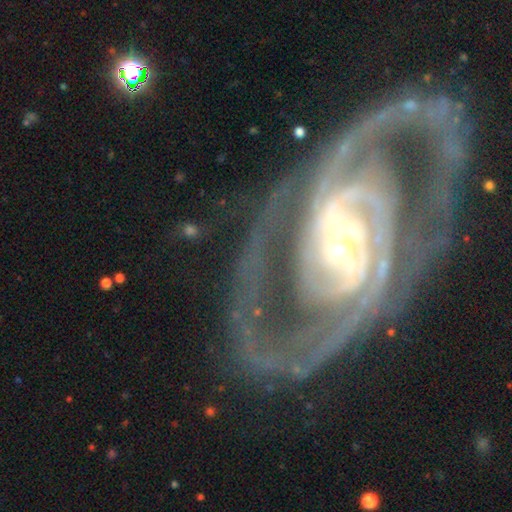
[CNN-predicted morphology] featured or disk 90%, star or artifact 5%, smooth 5%. Down the decision tree: edge-on disk — no (96%); bar — strong (45%); spiral arms — yes (96%); spiral arm count — 2 (58%); spiral winding — tight (48%); bulge size — moderate (46%); merging — none (63%).